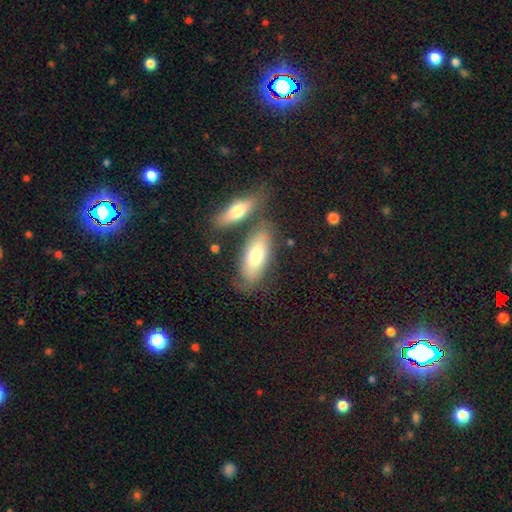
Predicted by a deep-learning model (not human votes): smooth-or-featured: smooth: 70% | featured or disk: 24% | star or artifact: 6%
  how-rounded: in between: 80% | cigar-shaped: 17% | round: 3%
  merging: none: 61% | merger: 19% | minor disturbance: 16% | major disturbance: 5%